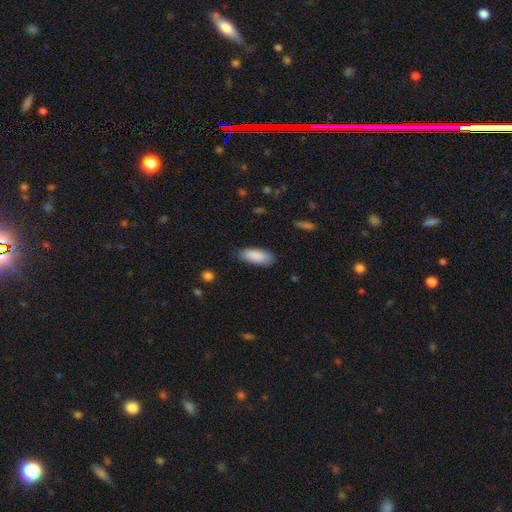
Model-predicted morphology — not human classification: The model was most divided on "merging": none: 78%, minor disturbance: 17%, major disturbance: 3%, merger: 1%. More confident: smooth or featured — smooth (86%); how rounded — in between (82%).